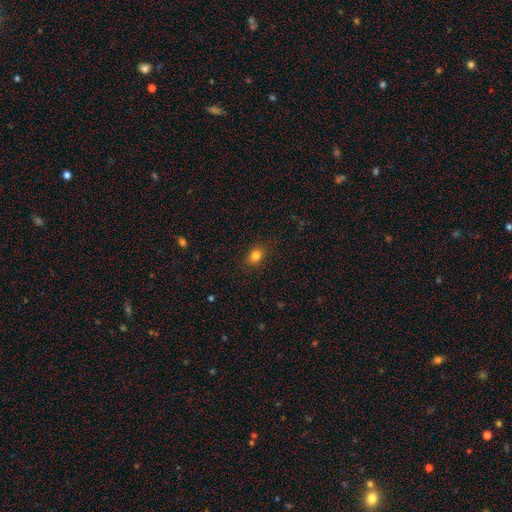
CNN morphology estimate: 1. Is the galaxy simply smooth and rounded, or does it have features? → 83% smooth, 11% star or artifact, 6% featured or disk.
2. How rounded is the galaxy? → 61% in between, 37% round, 2% cigar-shaped.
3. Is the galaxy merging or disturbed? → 86% none, 10% minor disturbance, 3% major disturbance, 1% merger.